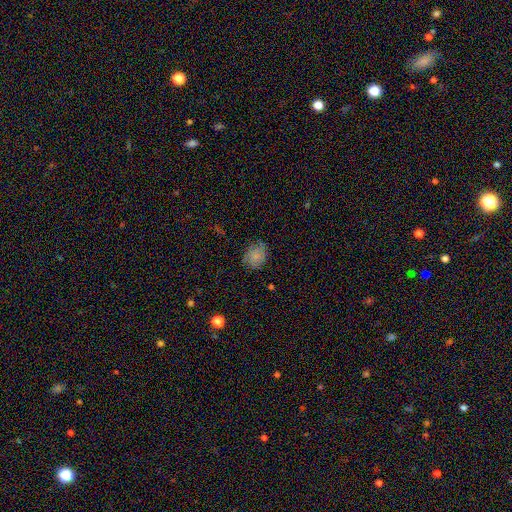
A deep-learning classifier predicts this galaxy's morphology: Smooth or featured: smooth — 80% (star or artifact — 12%)
How rounded: round — 59% (in between — 40%)
Merging: none — 77% (minor disturbance — 18%)